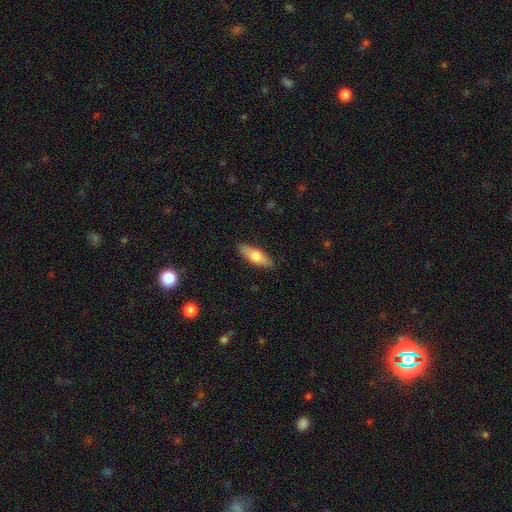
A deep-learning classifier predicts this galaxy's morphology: type=smooth (63%); roundness=in between (60%); merging=none (88%).